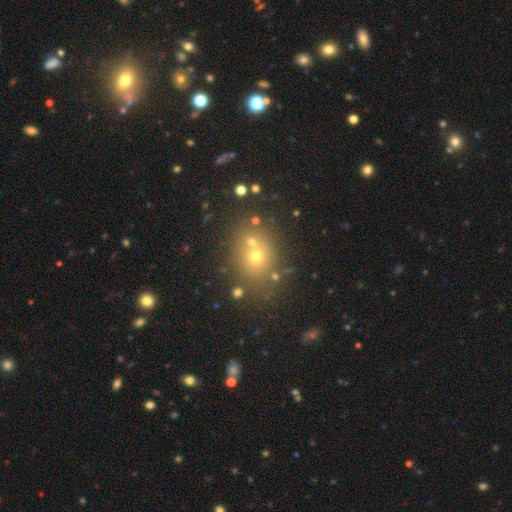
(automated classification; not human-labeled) smooth 56%, star or artifact 29%, featured or disk 15%. Down the decision tree: how rounded — round (67%); merging — none (66%).